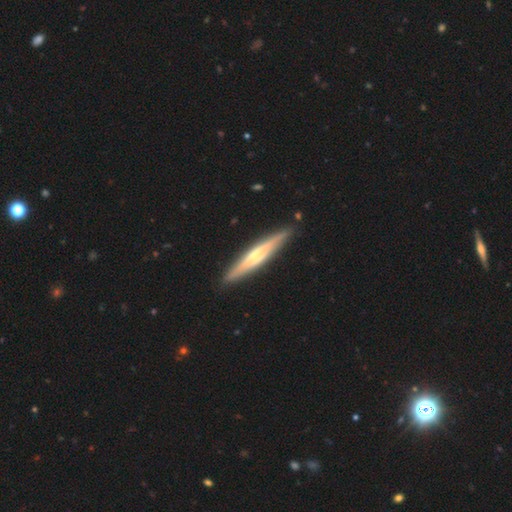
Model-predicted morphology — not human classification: Smooth or featured? featured or disk (60%)
Edge-on disk? yes (95%)
Edge-on bulge? rounded (62%)
Merging? none (89%)